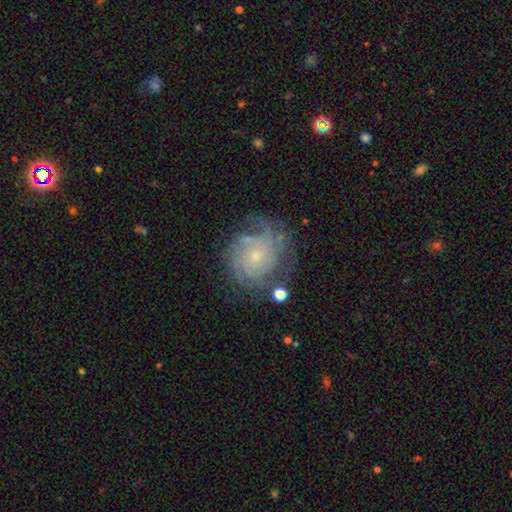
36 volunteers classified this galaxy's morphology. Smooth or featured: featured or disk — 83% (smooth — 14%)
Edge-on disk: no — 100%
Bar: no — 73% (weak — 20%)
Spiral arms: yes — 97% (no — 3%)
Spiral winding: tight — 66% (medium — 24%)
Spiral arm count: can't tell — 52% (3 — 21%)
Bulge size: small — 87% (moderate — 13%)
Merging: minor disturbance — 43% (none — 37%)